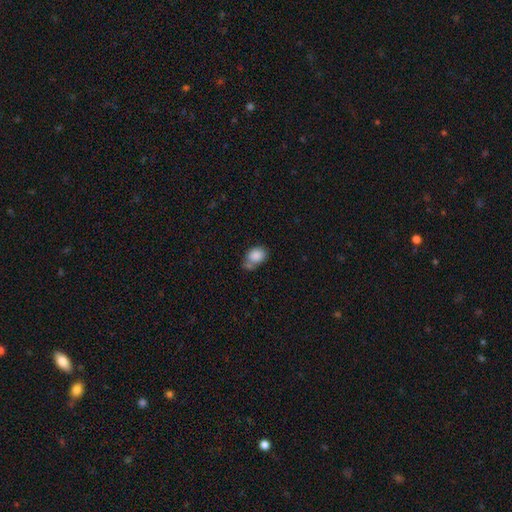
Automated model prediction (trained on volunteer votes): Smooth or featured? Predicted: smooth (p=0.86). How rounded? Predicted: in between (p=0.71). Merging? Predicted: none (p=0.47).